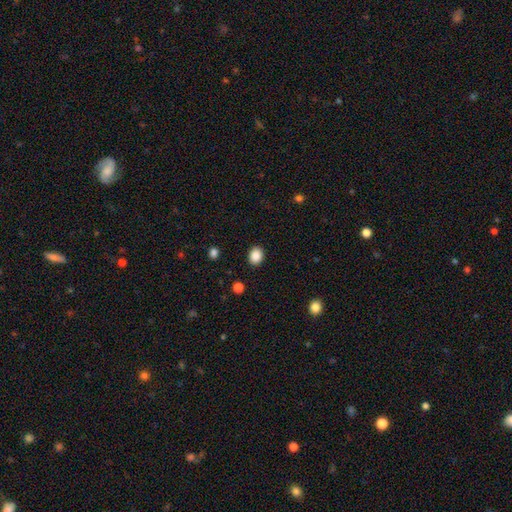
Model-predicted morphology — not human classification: Q: Smooth or featured?
A: smooth (88%); runner-up: star or artifact (9%)
Q: How rounded?
A: round (57%); runner-up: in between (42%)
Q: Merging?
A: none (90%); runner-up: minor disturbance (7%)